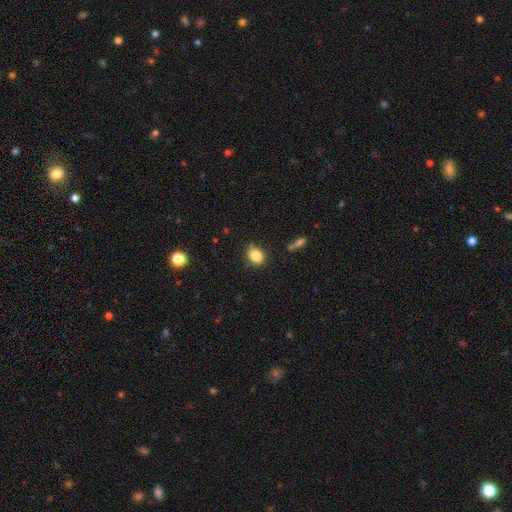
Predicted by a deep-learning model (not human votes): A smooth galaxy with no disk features (84%) that is round (55%). Merging: none (81%).